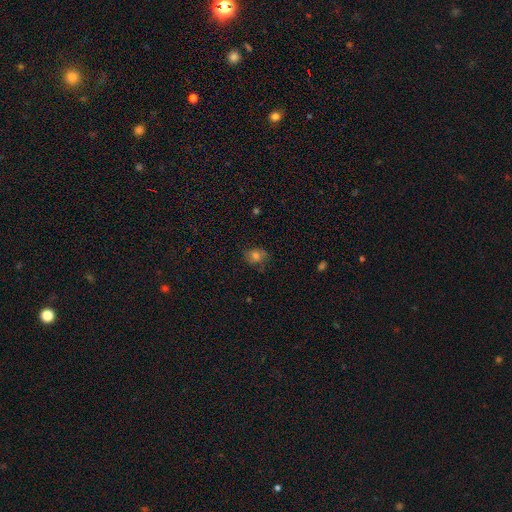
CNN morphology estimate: Smooth or featured: smooth — 65% (star or artifact — 18%)
How rounded: round — 57% (in between — 42%)
Merging: none — 72% (minor disturbance — 20%)